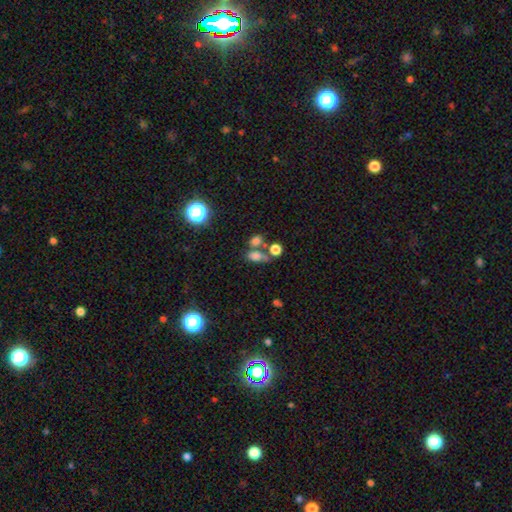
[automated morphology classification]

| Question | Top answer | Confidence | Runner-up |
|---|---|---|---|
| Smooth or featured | smooth | 71% | star or artifact (17%) |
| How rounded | in between | 75% | round (22%) |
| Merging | merger | 40% | none (39%) |